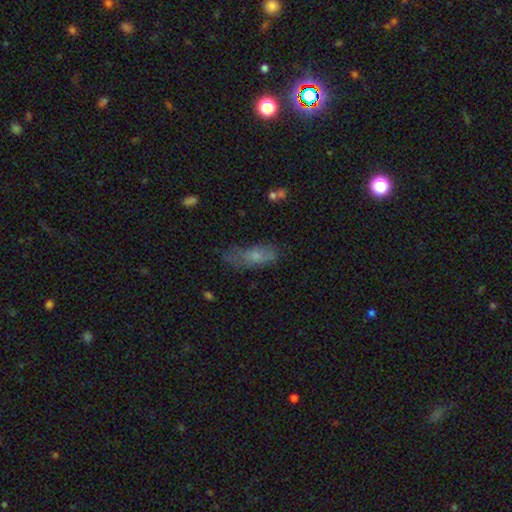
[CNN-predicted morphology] Smooth or featured?
  - smooth: 62% *
  - featured or disk: 27%
  - star or artifact: 10%
How rounded?
  - in between: 68% *
  - cigar-shaped: 29%
  - round: 3%
Merging?
  - none: 48% *
  - minor disturbance: 31%
  - major disturbance: 18%
  - merger: 3%